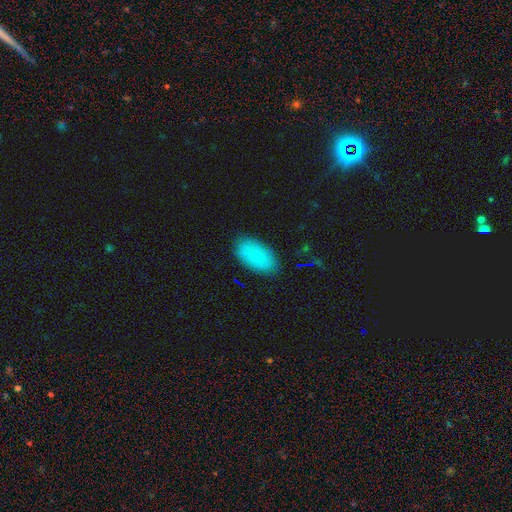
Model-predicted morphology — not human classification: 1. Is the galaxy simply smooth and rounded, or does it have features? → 85% smooth, 8% star or artifact, 7% featured or disk.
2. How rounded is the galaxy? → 94% in between, 3% round, 3% cigar-shaped.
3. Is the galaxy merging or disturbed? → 86% none, 11% minor disturbance, 3% major disturbance, 1% merger.